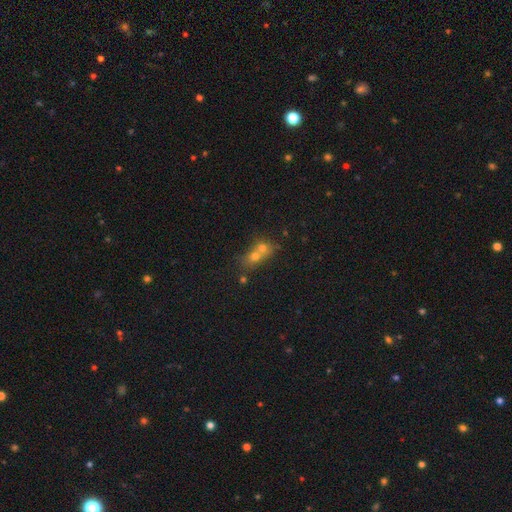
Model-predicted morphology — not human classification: Smooth or featured? smooth (57%)
How rounded? round (68%)
Merging? merger (64%)